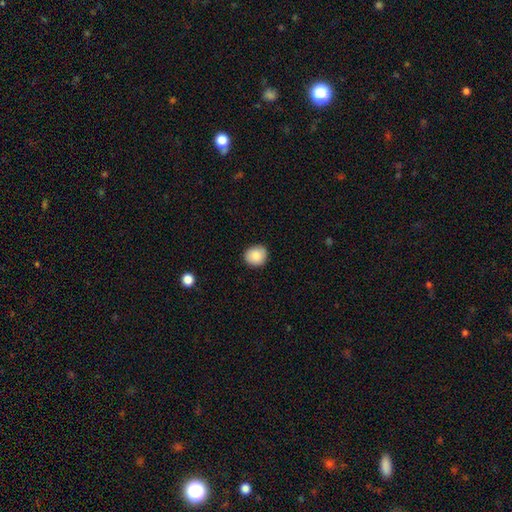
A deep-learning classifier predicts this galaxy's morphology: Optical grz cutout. It shows a smooth galaxy with no disk features (87%) that is round (80%). Merging: none (89%).